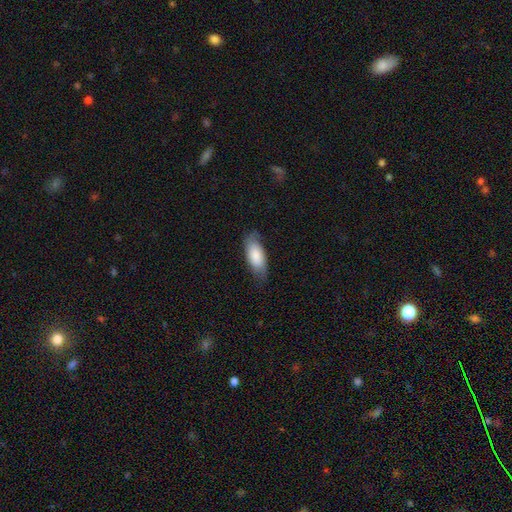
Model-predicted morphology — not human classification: A smooth galaxy with no disk features (73%) that is in between round and cigar-shaped (85%). Merging: none (70%).